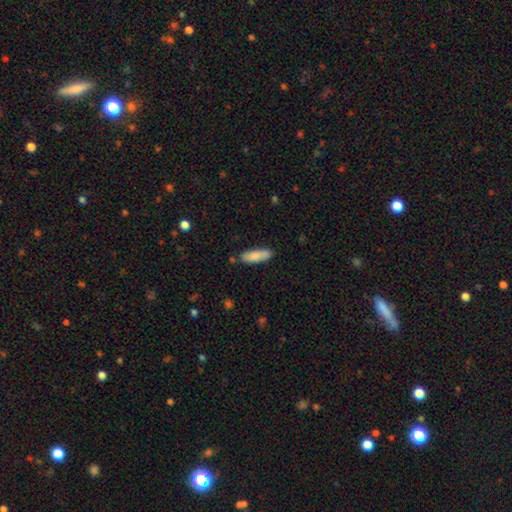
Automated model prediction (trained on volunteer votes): A smooth galaxy with no disk features (84%) that is in between round and cigar-shaped (52%).

Vote fractions:
- Smooth or featured? smooth: 84% / featured or disk: 10% / star or artifact: 6%
- How rounded? in between: 52% / cigar-shaped: 47% / round: 2%
- Merging? none: 80% / minor disturbance: 14% / merger: 4% / major disturbance: 2%